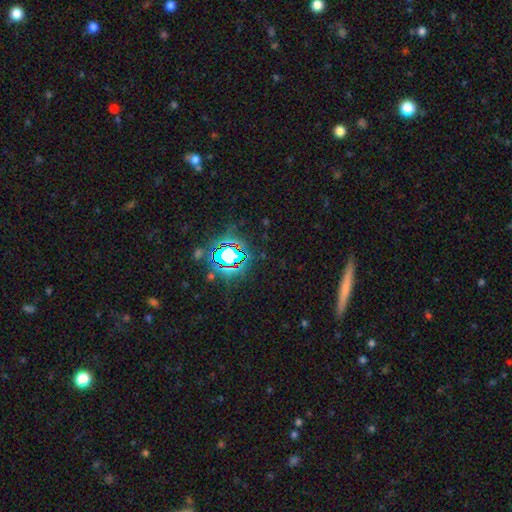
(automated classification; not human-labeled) A star or artifact, not a galaxy (68%).

Vote fractions:
- Smooth or featured? star or artifact: 68% / smooth: 18% / featured or disk: 14%